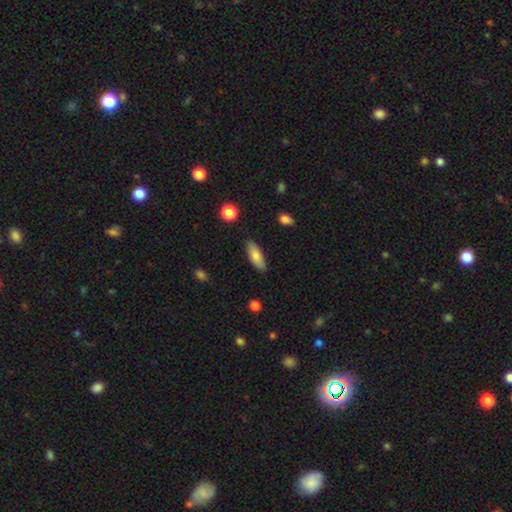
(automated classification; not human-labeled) smooth-or-featured: smooth: 77% | featured or disk: 16% | star or artifact: 6%
  how-rounded: in between: 66% | cigar-shaped: 31% | round: 2%
  merging: none: 85% | minor disturbance: 11% | major disturbance: 2% | merger: 2%